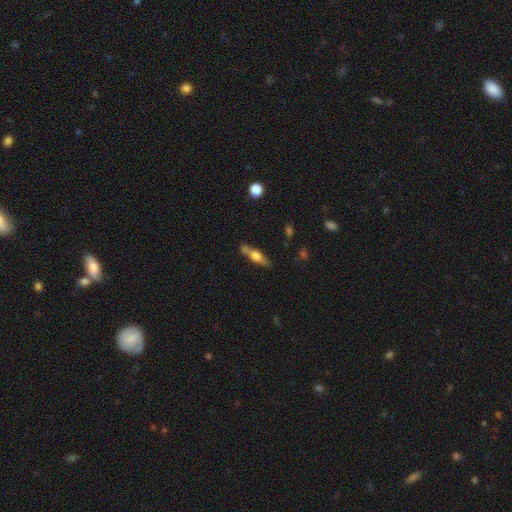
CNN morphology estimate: smooth-or-featured: featured or disk: 50% | smooth: 43% | star or artifact: 7%
  disk-edge-on: yes: 89% | no: 11%
  merging: none: 71% | minor disturbance: 16% | merger: 9% | major disturbance: 4%